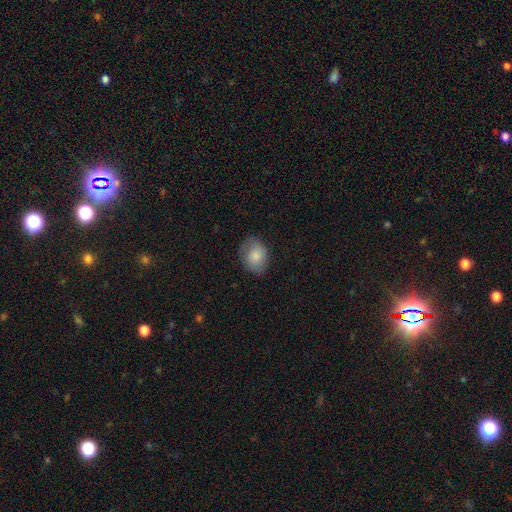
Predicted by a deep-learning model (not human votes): Smooth or featured?
  - smooth: 79% *
  - featured or disk: 14%
  - star or artifact: 7%
How rounded?
  - in between: 52% *
  - round: 47%
  - cigar-shaped: 1%
Merging?
  - none: 74% *
  - minor disturbance: 20%
  - major disturbance: 5%
  - merger: 1%